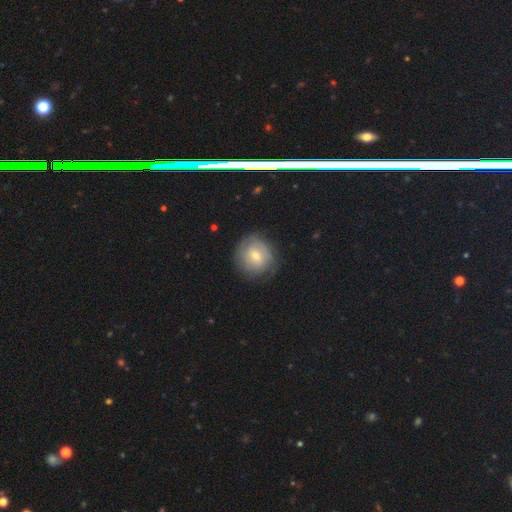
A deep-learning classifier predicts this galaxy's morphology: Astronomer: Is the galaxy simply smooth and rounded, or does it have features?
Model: smooth — 47% (runner-up: featured or disk, 46%).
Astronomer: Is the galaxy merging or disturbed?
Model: none — 76%.